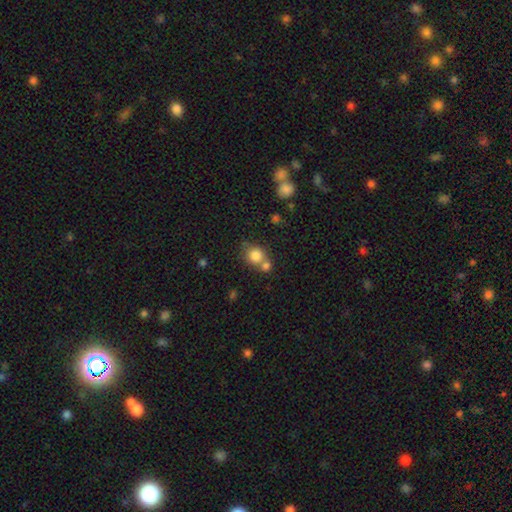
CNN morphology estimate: The model was most divided on "merging": none: 46%, merger: 41%, minor disturbance: 10%, major disturbance: 4%. More confident: smooth or featured — smooth (81%); how rounded — round (81%).